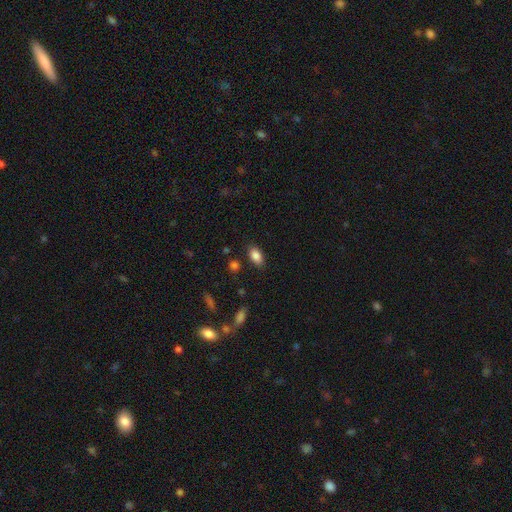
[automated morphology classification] type=smooth (86%); roundness=in between (90%); merging=none (83%).